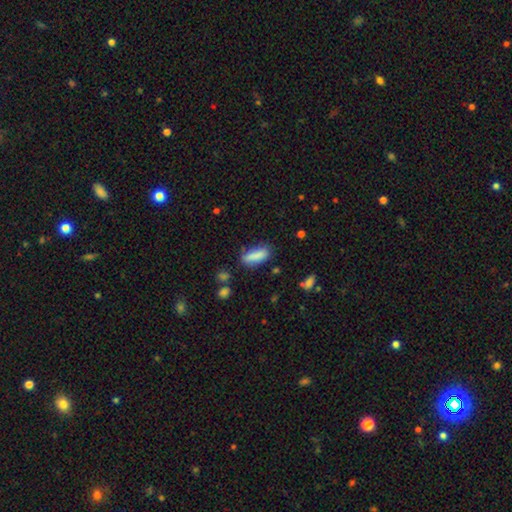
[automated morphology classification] Overall: smooth (86%). How rounded: in between (65%; cigar-shaped 33%). Merging: none (75%).